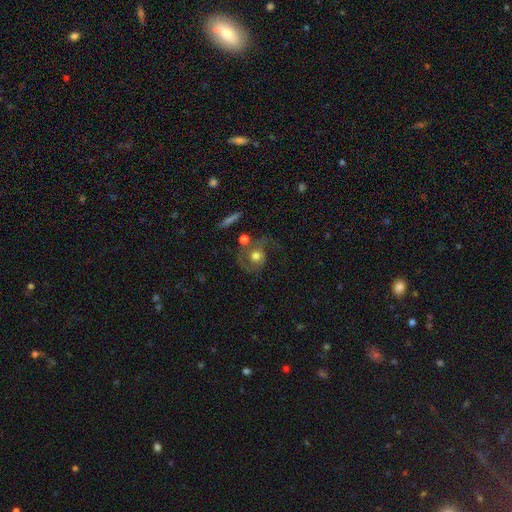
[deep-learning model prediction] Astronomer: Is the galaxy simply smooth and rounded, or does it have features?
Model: featured or disk — 62%.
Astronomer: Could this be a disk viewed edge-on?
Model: no — 96%.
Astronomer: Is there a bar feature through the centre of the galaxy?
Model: no — 79%.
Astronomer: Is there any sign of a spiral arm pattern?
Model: yes — 82%.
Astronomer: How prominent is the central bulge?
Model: moderate — 71%.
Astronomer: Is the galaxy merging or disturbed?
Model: none — 44% (runner-up: major disturbance, 27%).